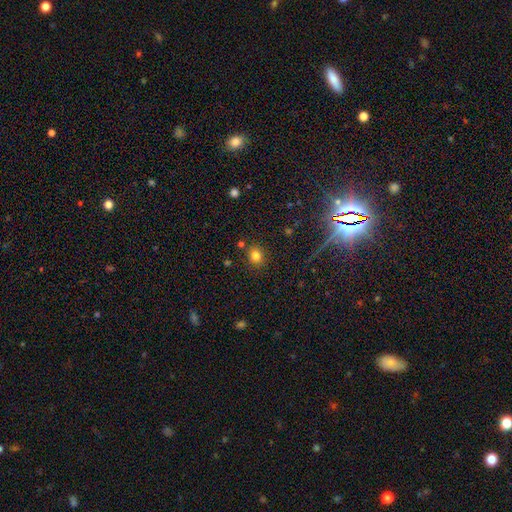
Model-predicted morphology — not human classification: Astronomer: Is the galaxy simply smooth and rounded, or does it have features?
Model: smooth — 78%.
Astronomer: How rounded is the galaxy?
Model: round — 78%.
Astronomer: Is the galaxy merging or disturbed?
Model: none — 84%.